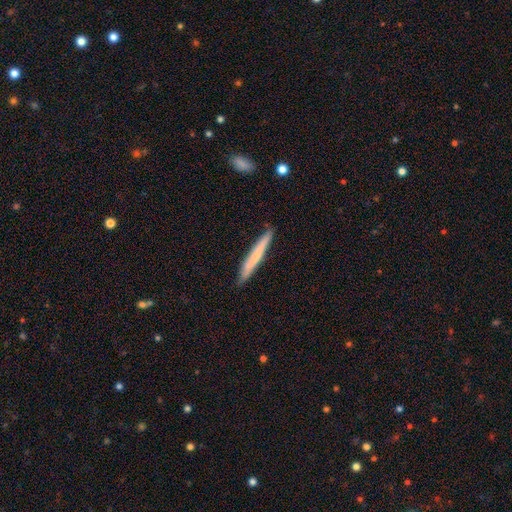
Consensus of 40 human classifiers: Smooth or featured? smooth (57%)
How rounded? cigar-shaped (100%)
Merging? none (100%)